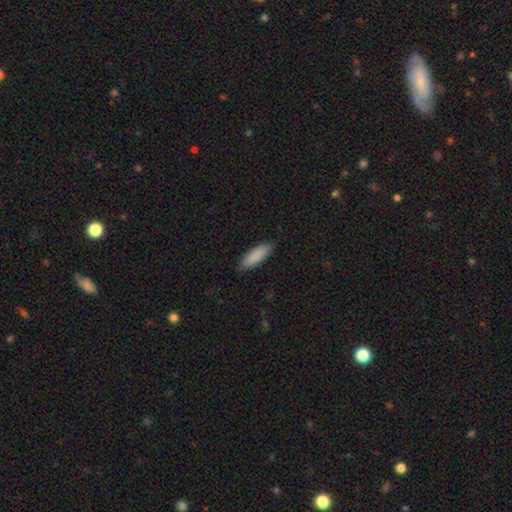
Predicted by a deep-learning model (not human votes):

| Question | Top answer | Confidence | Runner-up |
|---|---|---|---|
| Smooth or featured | smooth | 89% | featured or disk (6%) |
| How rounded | in between | 55% | cigar-shaped (44%) |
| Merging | none | 86% | minor disturbance (11%) |